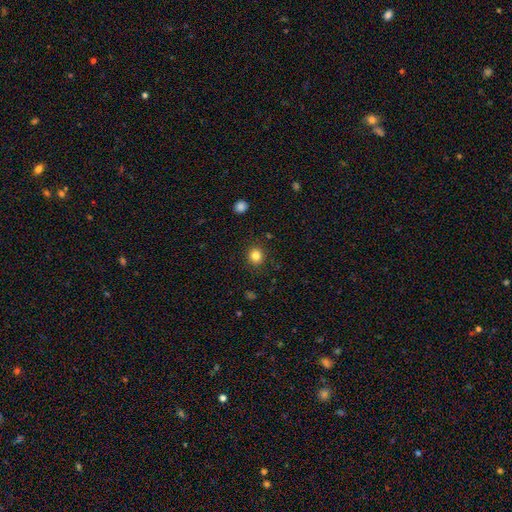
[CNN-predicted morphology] A smooth galaxy with no disk features (83%) that is round (80%). Merging: none (89%).